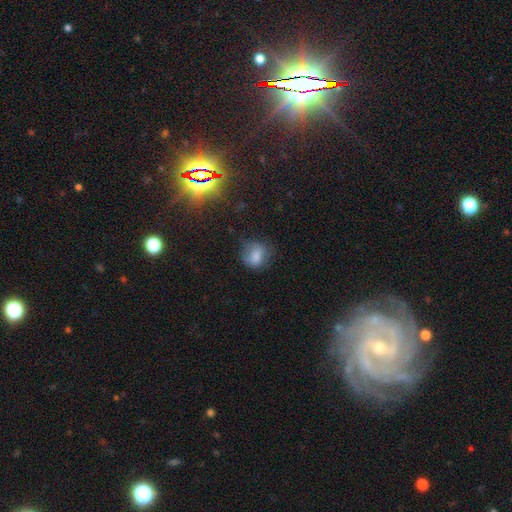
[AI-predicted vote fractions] smooth-or-featured: smooth: 74% | featured or disk: 14% | star or artifact: 12%
  how-rounded: round: 60% | in between: 39% | cigar-shaped: 1%
  merging: none: 51% | minor disturbance: 30% | major disturbance: 17% | merger: 2%